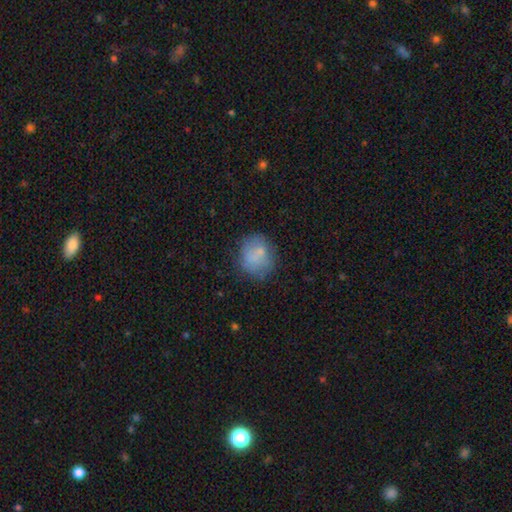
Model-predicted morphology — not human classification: Smooth or featured? smooth (73%)
How rounded? round (78%)
Merging? none (62%)